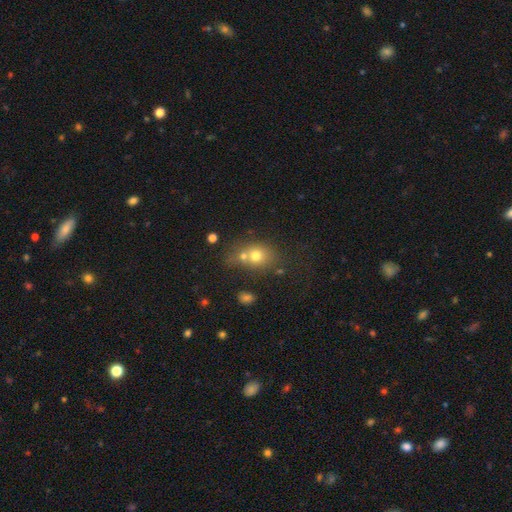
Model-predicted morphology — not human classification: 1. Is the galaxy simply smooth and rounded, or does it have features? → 70% smooth, 16% featured or disk, 14% star or artifact.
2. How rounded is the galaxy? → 60% round, 38% in between, 1% cigar-shaped.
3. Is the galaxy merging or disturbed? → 43% none, 40% merger, 11% minor disturbance, 6% major disturbance.